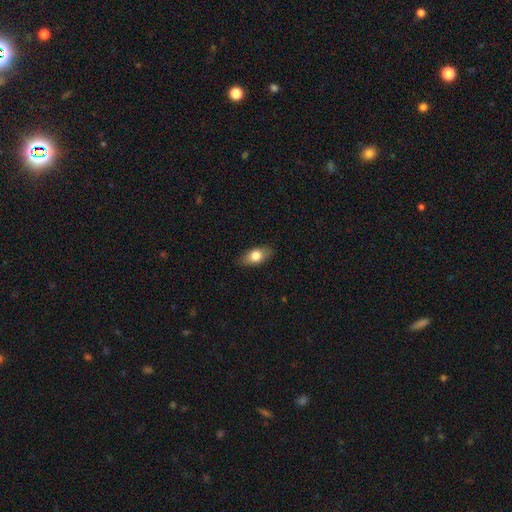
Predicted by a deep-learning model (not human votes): A smooth galaxy with no disk features (75%) that is in between round and cigar-shaped (86%).

Vote fractions:
- Smooth or featured? smooth: 75% / featured or disk: 18% / star or artifact: 7%
- How rounded? in between: 86% / round: 8% / cigar-shaped: 7%
- Merging? none: 86% / minor disturbance: 10% / major disturbance: 2% / merger: 1%